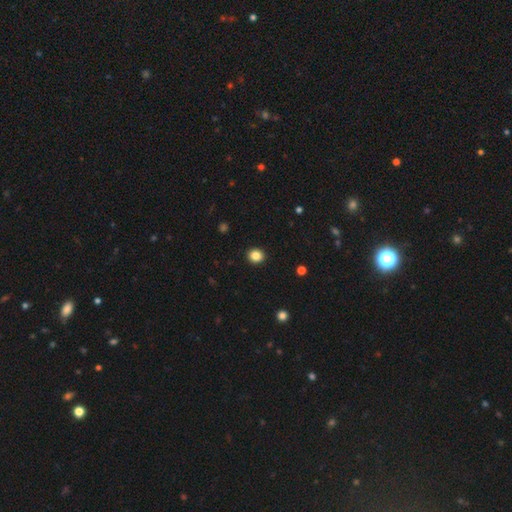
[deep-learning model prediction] smooth-or-featured: smooth: 85% | star or artifact: 11% | featured or disk: 4%
  how-rounded: round: 84% | in between: 16% | cigar-shaped: 1%
  merging: none: 93% | minor disturbance: 5% | major disturbance: 2% | merger: 1%